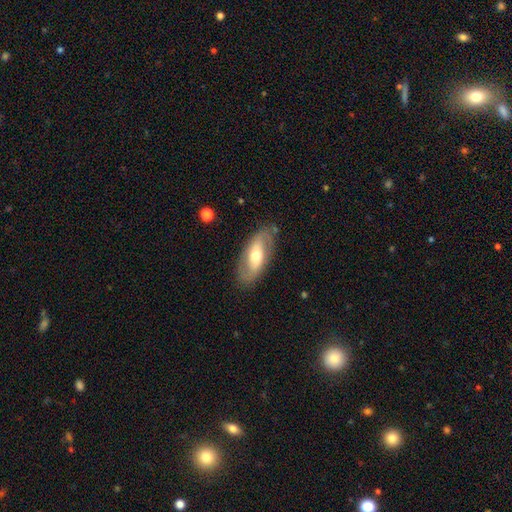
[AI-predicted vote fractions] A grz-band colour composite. It shows a featured or disk galaxy (56%). Merging: none (80%).